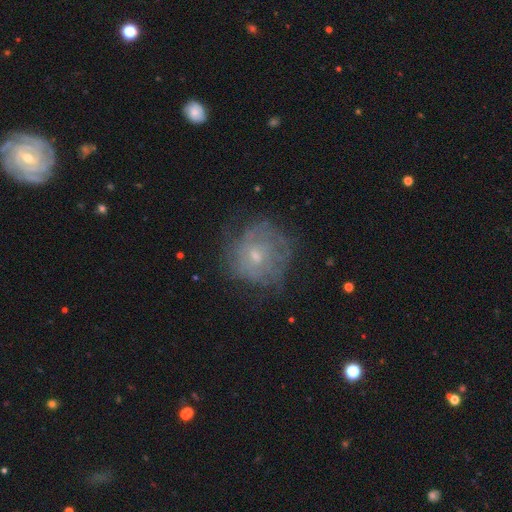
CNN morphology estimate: A featured or disk galaxy (57%) with no bar (77%), spiral arms (58%) and a small central bulge (61%). Merging: none (62%).